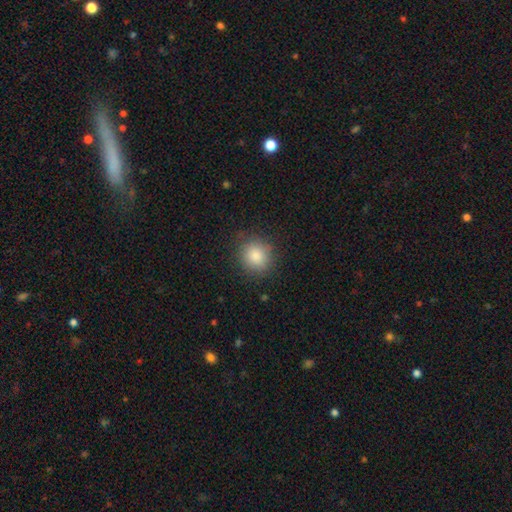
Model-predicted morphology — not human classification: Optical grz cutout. It shows a smooth galaxy with no disk features (85%) that is round (85%). Merging: none (85%).